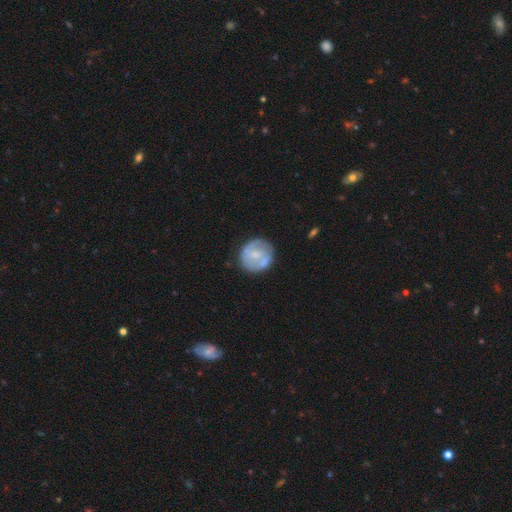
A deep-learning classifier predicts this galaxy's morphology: Smooth or featured?
  - featured or disk: 49% *
  - smooth: 45%
  - star or artifact: 6%
Merging?
  - none: 70% *
  - minor disturbance: 18%
  - major disturbance: 6%
  - merger: 6%